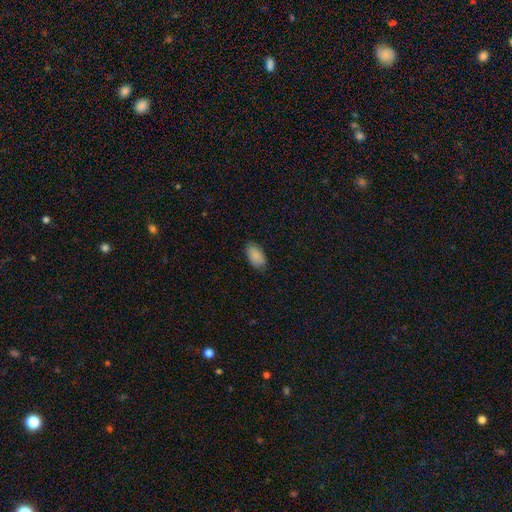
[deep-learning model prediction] smooth_or_featured: smooth (p=0.88) [alt: star or artifact p=0.07]
how_rounded: in between (p=0.94) [alt: round p=0.04]
merging: none (p=0.80) [alt: minor disturbance p=0.16]